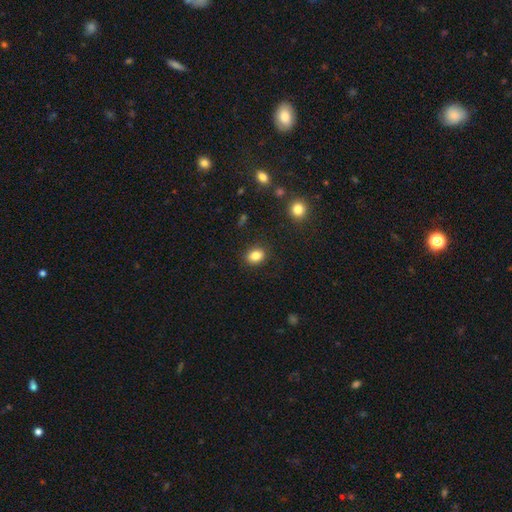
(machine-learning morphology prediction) type=smooth (84%); roundness=in between (55%); merging=none (88%).